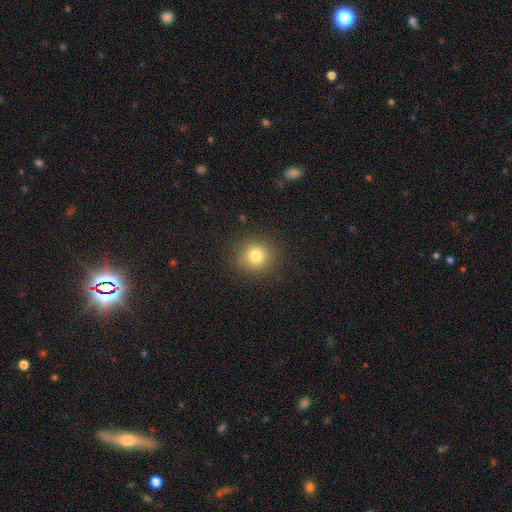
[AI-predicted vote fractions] Smooth or featured? Predicted: smooth (p=0.79). How rounded? Predicted: round (p=0.91). Merging? Predicted: none (p=0.87).